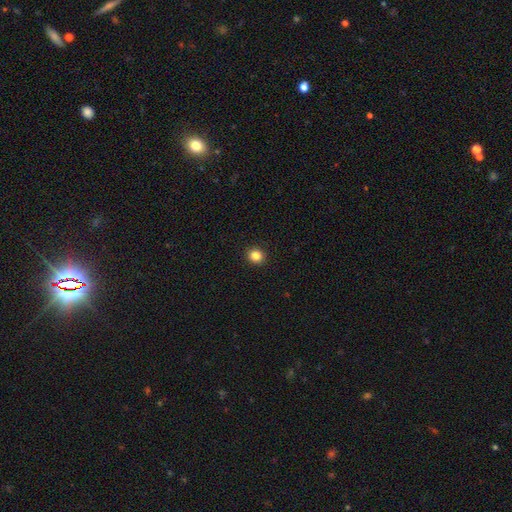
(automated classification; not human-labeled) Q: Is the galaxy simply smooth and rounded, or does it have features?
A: smooth — 84%.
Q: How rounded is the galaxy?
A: round — 90%.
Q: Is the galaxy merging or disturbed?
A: none — 93%.